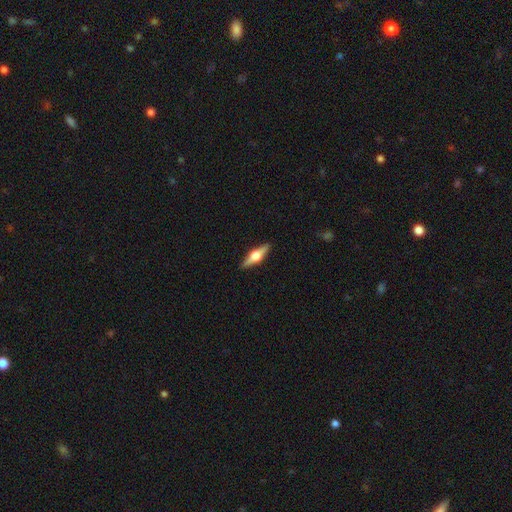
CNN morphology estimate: A featured or disk galaxy (69%) viewed edge-on (97%) with a rounded central bulge (94%).

Vote fractions:
- Smooth or featured? featured or disk: 69% / smooth: 25% / star or artifact: 6%
- Edge-on disk? yes: 97% / no: 3%
- Edge-on bulge? rounded: 94% / boxy: 4% / none: 1%
- Merging? none: 90% / minor disturbance: 7% / major disturbance: 2% / merger: 1%